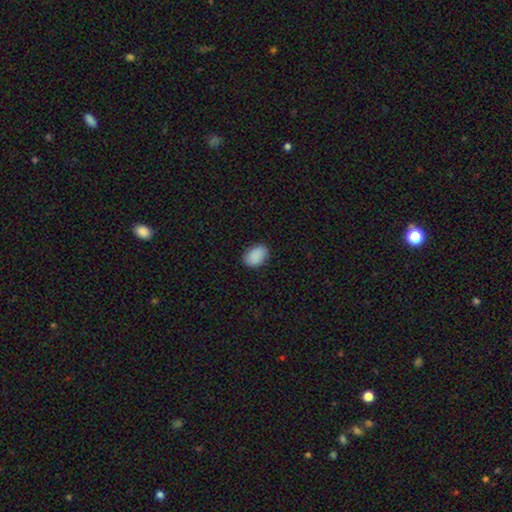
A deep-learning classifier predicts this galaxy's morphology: Smooth or featured? Predicted: smooth (p=0.90). How rounded? Predicted: in between (p=0.86). Merging? Predicted: none (p=0.86).